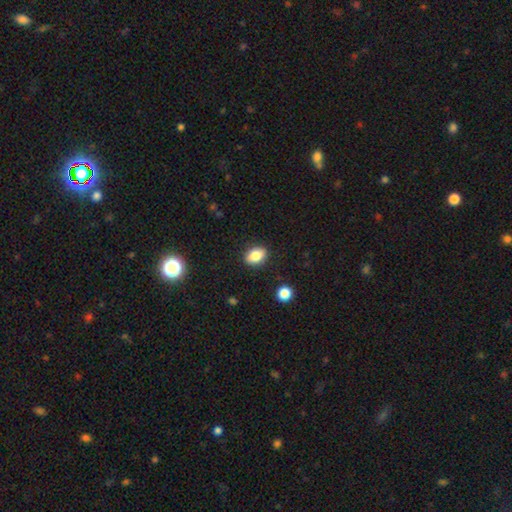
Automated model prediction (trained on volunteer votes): Morphology: type=smooth (83%); roundness=in between (78%); merging=none (88%).